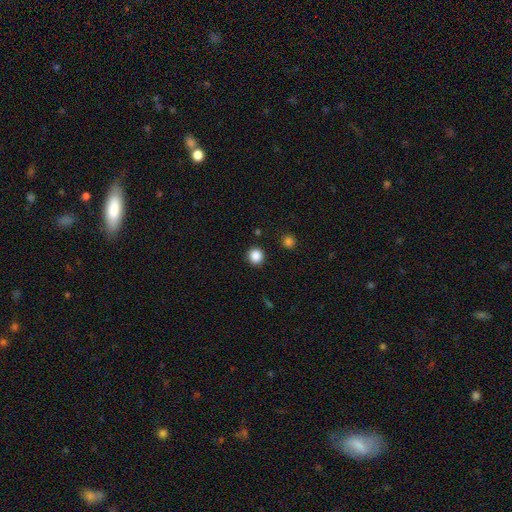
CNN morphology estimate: Smooth or featured? smooth (87%)
How rounded? round (90%)
Merging? none (91%)